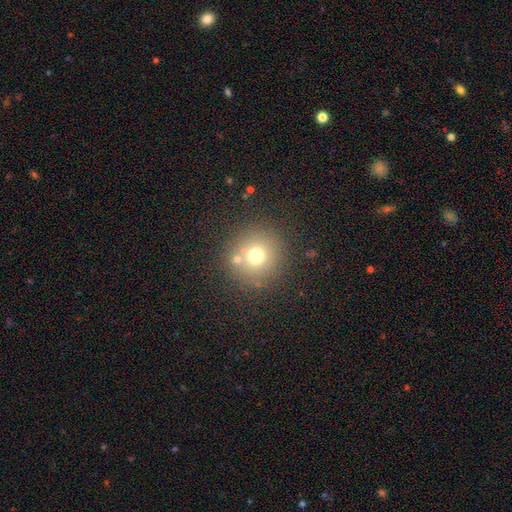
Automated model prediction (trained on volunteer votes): A smooth galaxy with no disk features (68%) that is round (93%).

Vote fractions:
- Smooth or featured? smooth: 68% / star or artifact: 18% / featured or disk: 14%
- How rounded? round: 93% / in between: 6% / cigar-shaped: 1%
- Merging? none: 77% / merger: 10% / minor disturbance: 9% / major disturbance: 4%